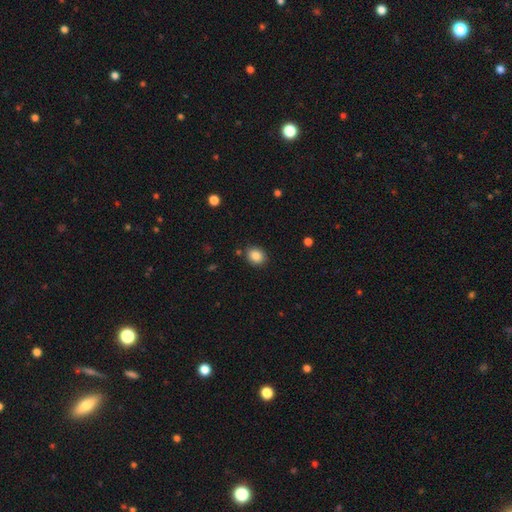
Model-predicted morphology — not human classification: Q: Smooth or featured?
A: smooth (86%); runner-up: star or artifact (9%)
Q: How rounded?
A: round (61%); runner-up: in between (39%)
Q: Merging?
A: none (87%); runner-up: minor disturbance (9%)